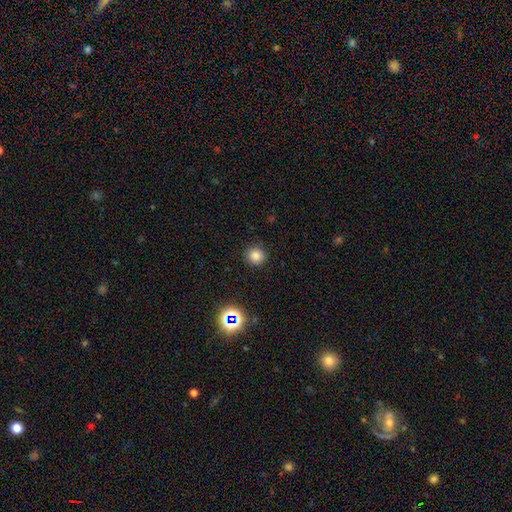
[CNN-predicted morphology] Smooth or featured?
  - smooth: 80% *
  - star or artifact: 15%
  - featured or disk: 5%
How rounded?
  - round: 92% *
  - in between: 7%
  - cigar-shaped: 1%
Merging?
  - none: 91% *
  - minor disturbance: 6%
  - major disturbance: 2%
  - merger: 1%